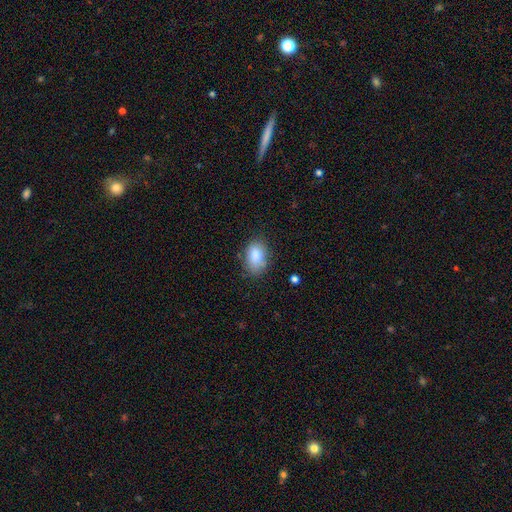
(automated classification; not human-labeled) Smooth or featured: smooth — 87% (star or artifact — 7%)
How rounded: in between — 89% (round — 10%)
Merging: none — 76% (minor disturbance — 18%)